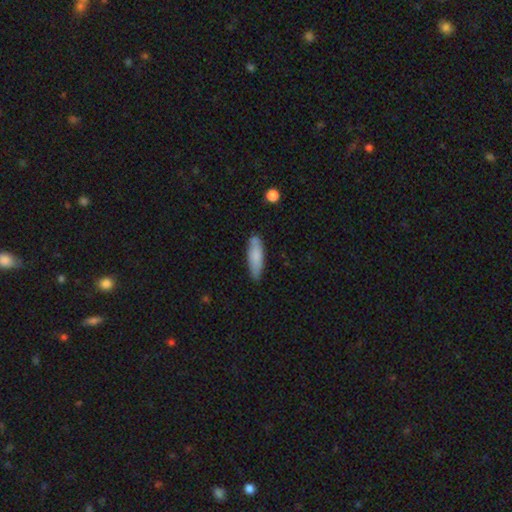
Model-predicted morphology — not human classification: Overall: smooth (79%). How rounded: cigar-shaped (59%; in between 40%). Merging: none (75%).